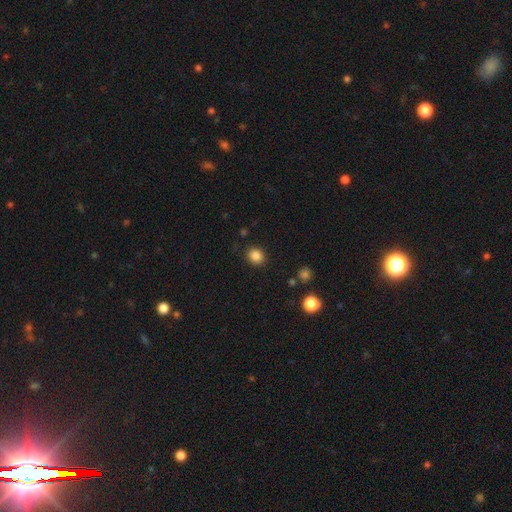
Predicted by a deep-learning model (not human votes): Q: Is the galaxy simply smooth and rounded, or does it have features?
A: smooth — 85%.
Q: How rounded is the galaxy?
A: round — 74%.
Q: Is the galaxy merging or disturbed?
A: none — 88%.